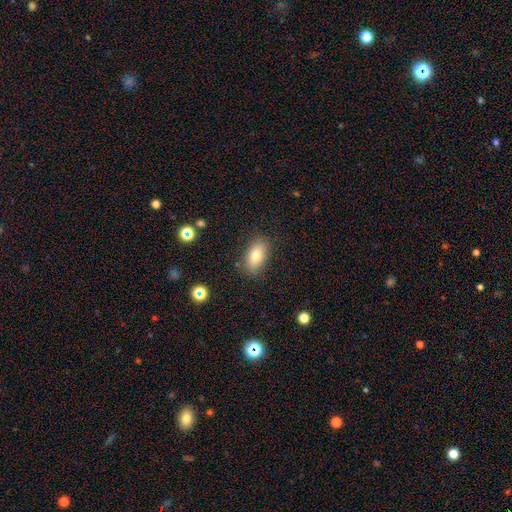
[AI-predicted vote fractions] Overall: smooth (77%). How rounded: in between (88%). Merging: none (84%).